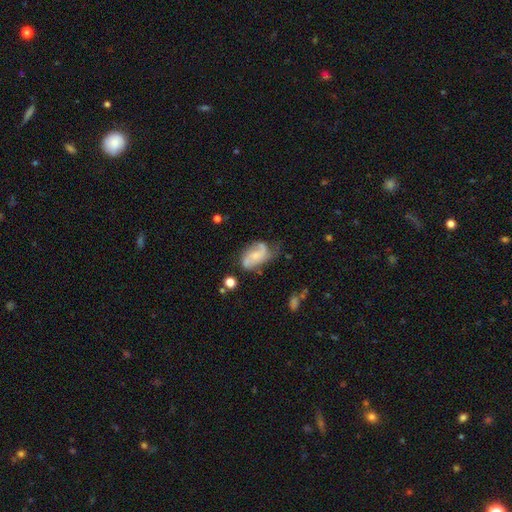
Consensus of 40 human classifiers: This is clearly a featured or disk galaxy (85%). It is clearly not viewed edge-on (100%). Bar: likely no (65%). Spiral arm pattern: clearly yes (97%). Spiral arm count: likely 2 (76%). Spiral winding: likely loose (76%). Central bulge: marginally moderate (38%). Merging: marginally none (41%).